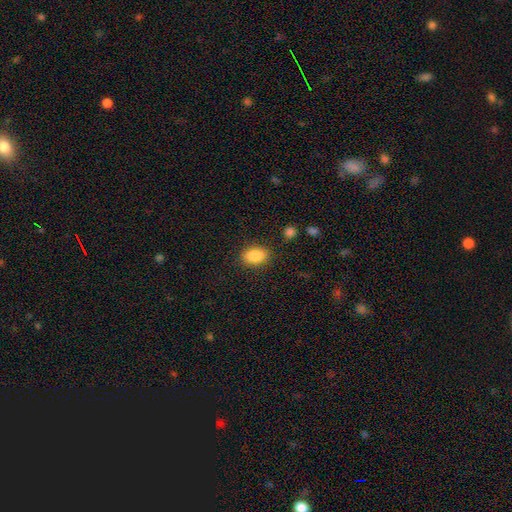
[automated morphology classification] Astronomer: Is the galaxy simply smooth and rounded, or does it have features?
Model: smooth — 88%.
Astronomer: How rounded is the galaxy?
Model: in between — 86%.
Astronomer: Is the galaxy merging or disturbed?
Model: none — 86%.